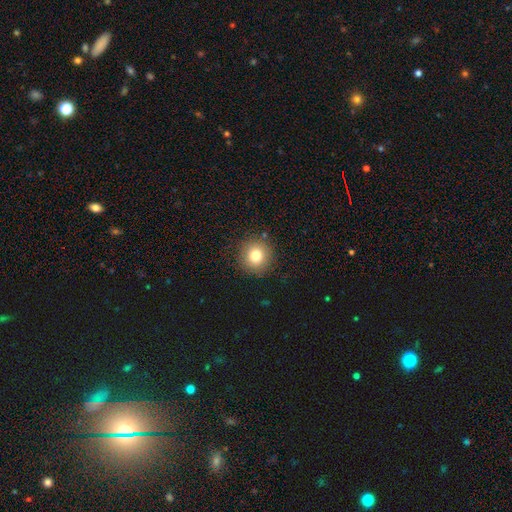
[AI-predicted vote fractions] A smooth galaxy with no disk features (78%) that is round (94%).

Vote fractions:
- Smooth or featured? smooth: 78% / star or artifact: 12% / featured or disk: 10%
- How rounded? round: 94% / in between: 5% / cigar-shaped: 1%
- Merging? none: 89% / minor disturbance: 7% / major disturbance: 3% / merger: 2%